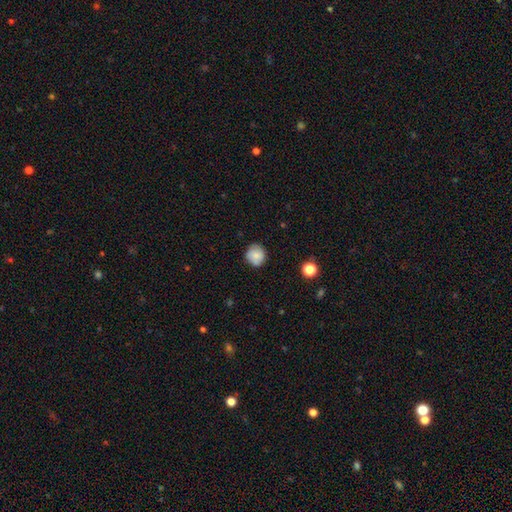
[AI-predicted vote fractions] Smooth or featured: smooth — 77% (featured or disk — 15%)
How rounded: round — 87% (in between — 12%)
Merging: none — 79% (minor disturbance — 16%)